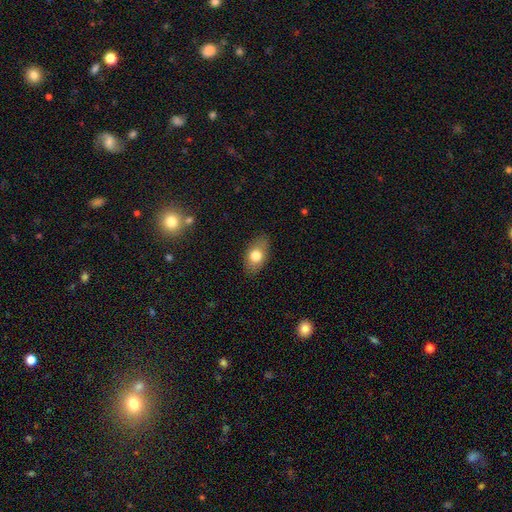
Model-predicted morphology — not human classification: Q: Smooth or featured?
A: smooth (75%); runner-up: featured or disk (17%)
Q: How rounded?
A: in between (86%); runner-up: round (11%)
Q: Merging?
A: none (84%); runner-up: minor disturbance (12%)